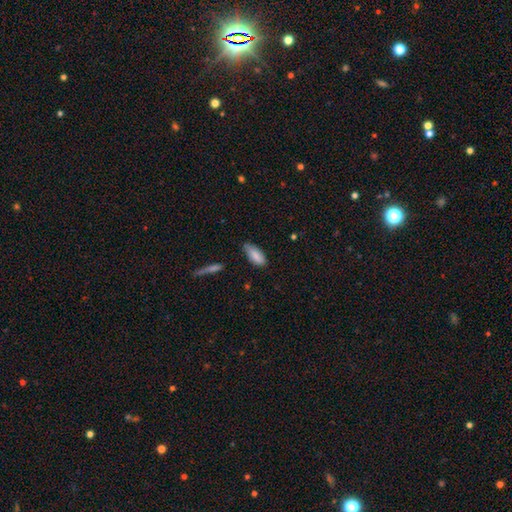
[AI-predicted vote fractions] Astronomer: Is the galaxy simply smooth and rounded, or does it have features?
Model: smooth — 84%.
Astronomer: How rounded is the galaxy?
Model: in between — 83%.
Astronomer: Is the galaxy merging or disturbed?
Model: none — 61%.